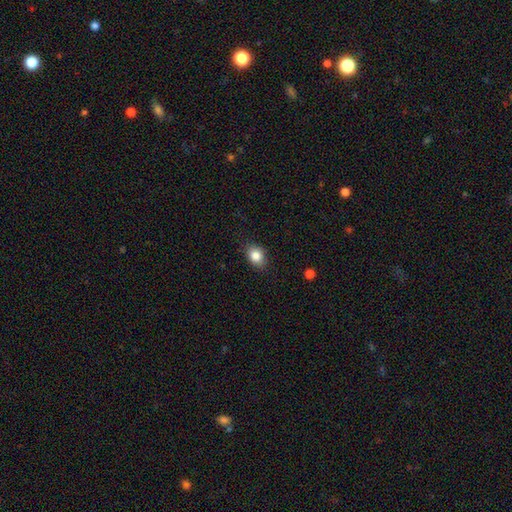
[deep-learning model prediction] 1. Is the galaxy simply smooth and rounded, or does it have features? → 84% smooth, 9% star or artifact, 7% featured or disk.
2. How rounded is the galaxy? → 62% in between, 37% round, 1% cigar-shaped.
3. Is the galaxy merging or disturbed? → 84% none, 12% minor disturbance, 3% major disturbance, 1% merger.